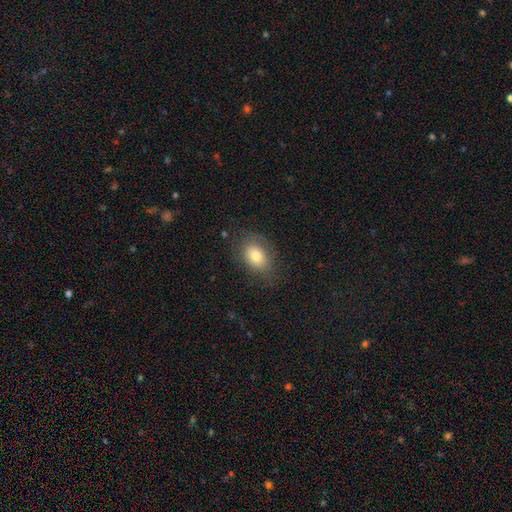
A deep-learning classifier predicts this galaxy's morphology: Smooth or featured: smooth — 77% (featured or disk — 14%)
How rounded: in between — 76% (round — 23%)
Merging: none — 74% (minor disturbance — 17%)